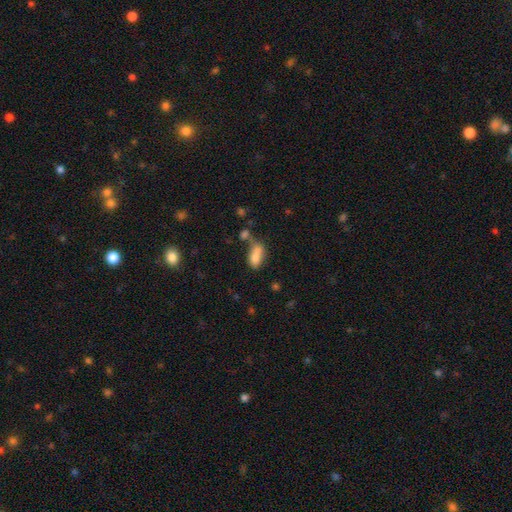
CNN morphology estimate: Smooth or featured: smooth — 77% (featured or disk — 13%)
How rounded: in between — 86% (cigar-shaped — 8%)
Merging: merger — 42% (none — 31%)